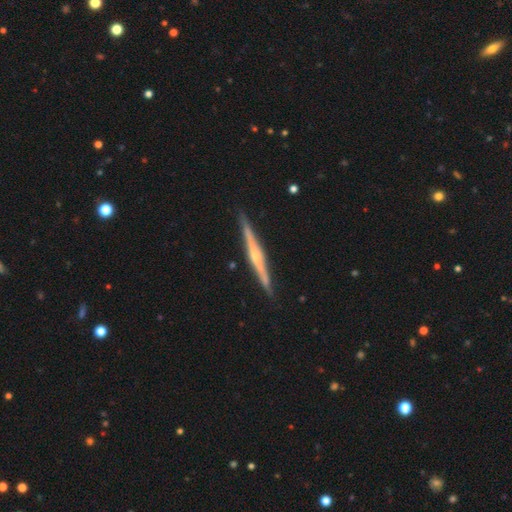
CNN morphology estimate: This is likely a featured or disk galaxy (80%). It is clearly viewed edge-on (98%). Edge-on bulge: likely rounded (69%). Merging: clearly none (90%).